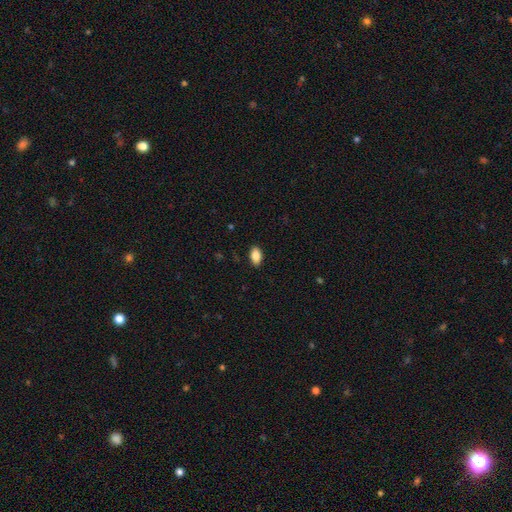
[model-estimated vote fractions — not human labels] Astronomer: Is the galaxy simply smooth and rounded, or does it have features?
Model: smooth — 86%.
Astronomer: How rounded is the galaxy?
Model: in between — 91%.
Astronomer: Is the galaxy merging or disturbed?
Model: none — 89%.